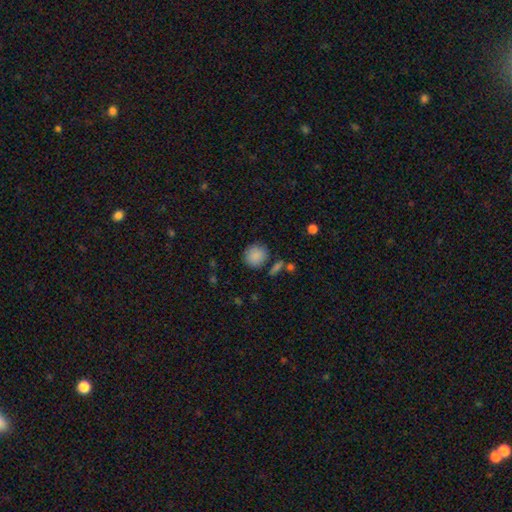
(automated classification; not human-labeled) A smooth galaxy with no disk features (88%) that is round (88%).

Vote fractions:
- Smooth or featured? smooth: 88% / star or artifact: 8% / featured or disk: 4%
- How rounded? round: 88% / in between: 11% / cigar-shaped: 1%
- Merging? none: 80% / minor disturbance: 12% / merger: 5% / major disturbance: 4%